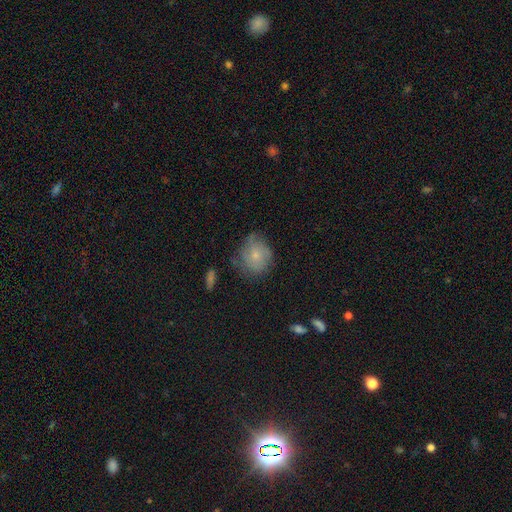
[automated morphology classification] smooth_or_featured: smooth (p=0.59) [alt: featured or disk p=0.33]
how_rounded: round (p=0.71) [alt: in between p=0.28]
merging: none (p=0.58) [alt: minor disturbance p=0.29]